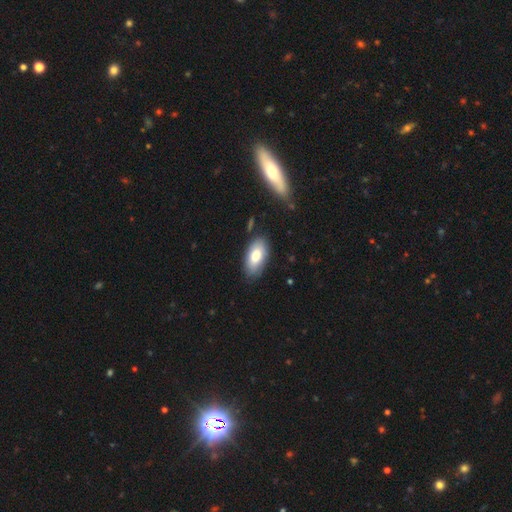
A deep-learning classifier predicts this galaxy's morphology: Overall: smooth (78%). How rounded: in between (93%). Merging: none (82%).